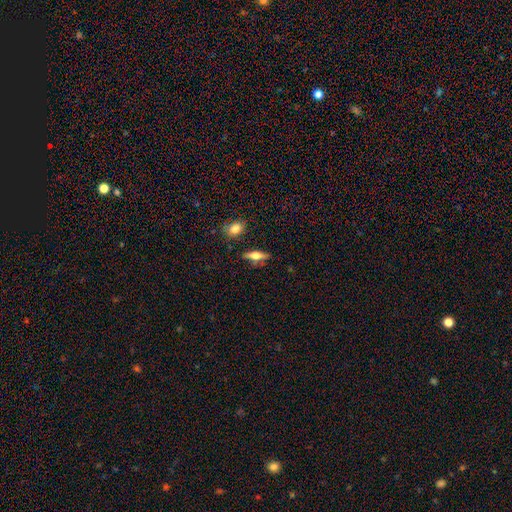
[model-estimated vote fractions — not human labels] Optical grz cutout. It shows a featured or disk galaxy (48%). Merging: none (78%).